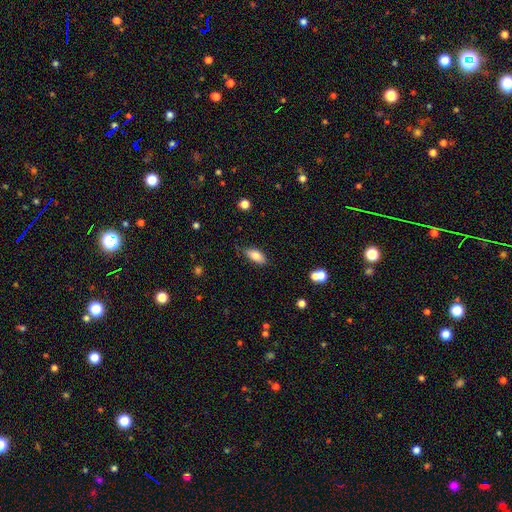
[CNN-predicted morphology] A smooth galaxy with no disk features (80%) that is in between round and cigar-shaped (86%).

Vote fractions:
- Smooth or featured? smooth: 80% / featured or disk: 12% / star or artifact: 7%
- How rounded? in between: 86% / cigar-shaped: 11% / round: 3%
- Merging? none: 74% / minor disturbance: 20% / major disturbance: 4% / merger: 2%